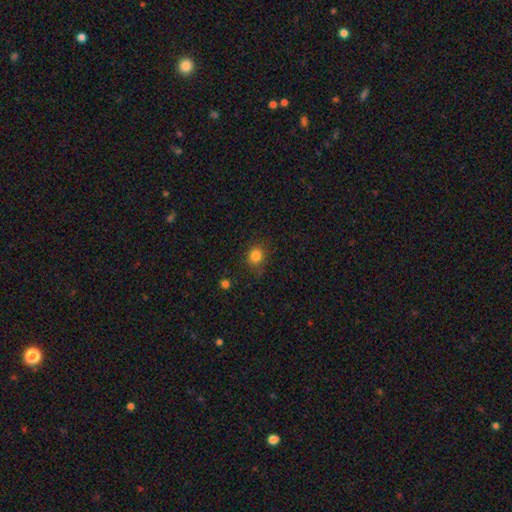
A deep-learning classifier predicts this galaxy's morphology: This appears to be a smooth galaxy with no disk features (83%) that is round (82%). Merging: none (78%).